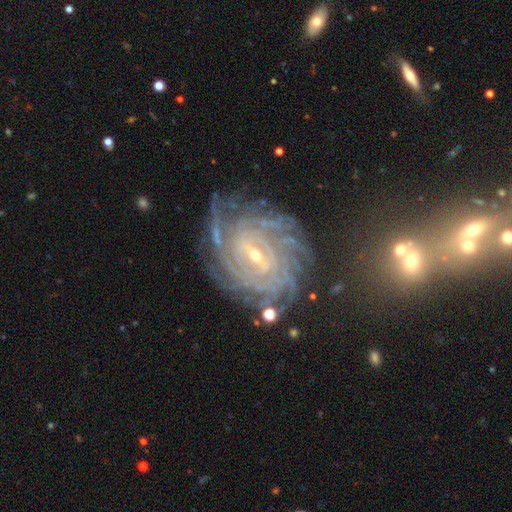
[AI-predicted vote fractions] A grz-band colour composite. It shows a featured or disk galaxy (91%) with a weak bar (47%), more than 4 (34%) tight (80%) spiral arms (98%) and a small central bulge (70%). Merging: none (68%).